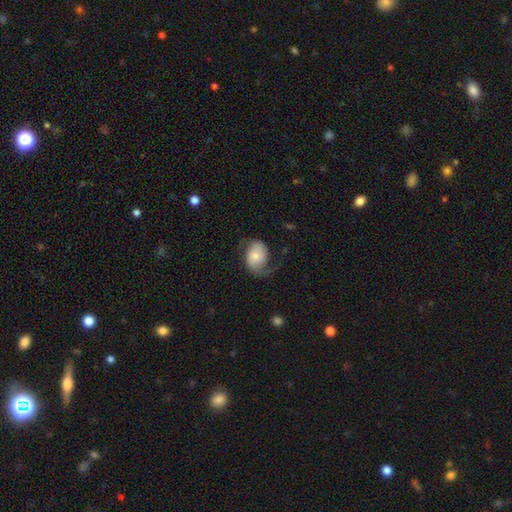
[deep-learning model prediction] This appears to be a featured or disk galaxy (57%) with no bar (69%), spiral arms (90%) and a small central bulge (39%). Merging: none (53%).